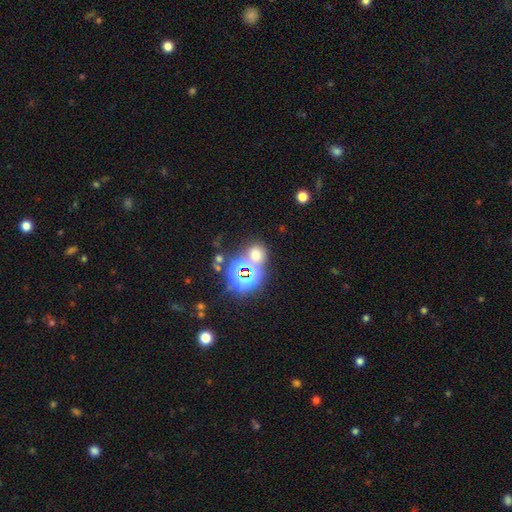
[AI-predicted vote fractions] Q: Smooth or featured?
A: smooth (51%); runner-up: star or artifact (41%)
Q: How rounded?
A: round (73%); runner-up: in between (26%)
Q: Merging?
A: none (60%); runner-up: merger (26%)